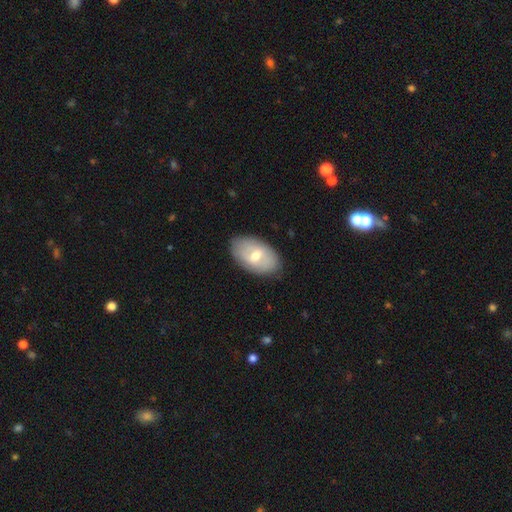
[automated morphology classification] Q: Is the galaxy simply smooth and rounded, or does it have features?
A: smooth — 58%.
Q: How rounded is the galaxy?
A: in between — 92%.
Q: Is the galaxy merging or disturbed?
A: none — 84%.